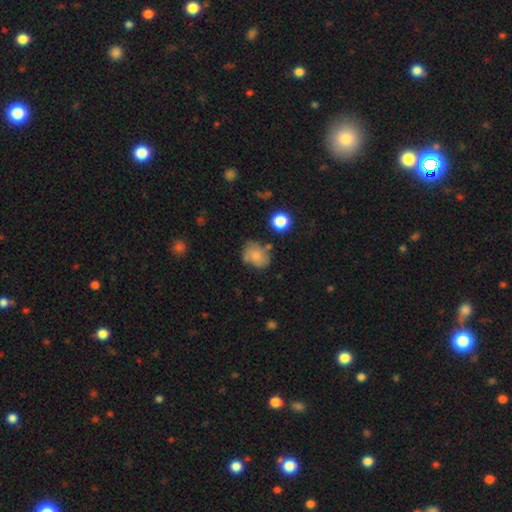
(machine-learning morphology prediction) A smooth galaxy with no disk features (67%) that is in between round and cigar-shaped (56%). Merging: none (52%).